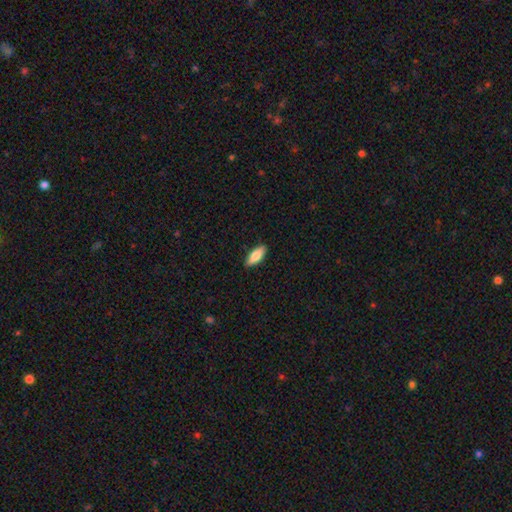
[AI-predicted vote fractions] Smooth or featured: smooth — 82% (featured or disk — 12%)
How rounded: in between — 72% (cigar-shaped — 26%)
Merging: none — 89% (minor disturbance — 8%)